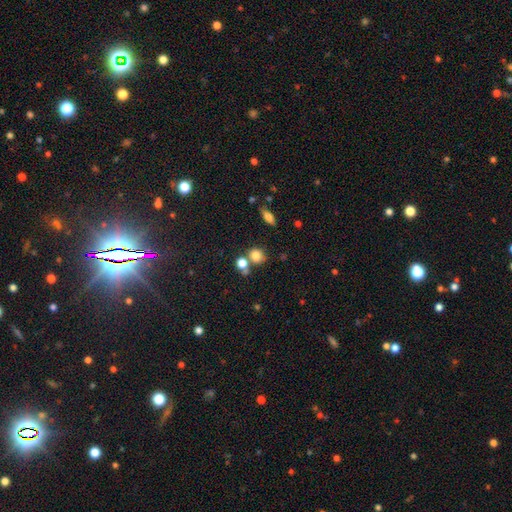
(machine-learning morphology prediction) The model was most divided on "merging": none: 59%, merger: 26%, minor disturbance: 11%, major disturbance: 4%. More confident: smooth or featured — smooth (80%); how rounded — round (74%).